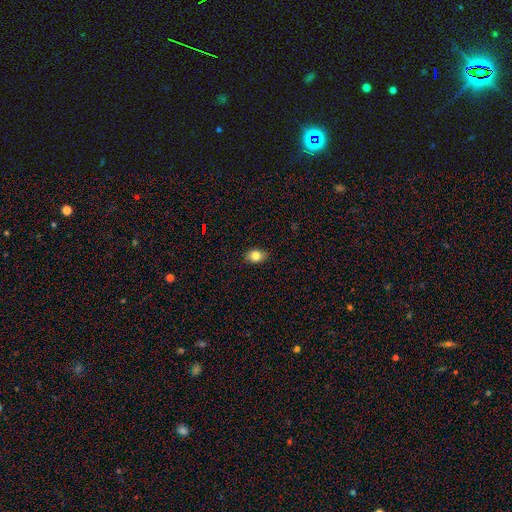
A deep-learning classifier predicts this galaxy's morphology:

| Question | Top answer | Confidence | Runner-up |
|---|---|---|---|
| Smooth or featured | smooth | 80% | star or artifact (10%) |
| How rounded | in between | 68% | round (30%) |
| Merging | none | 83% | minor disturbance (14%) |